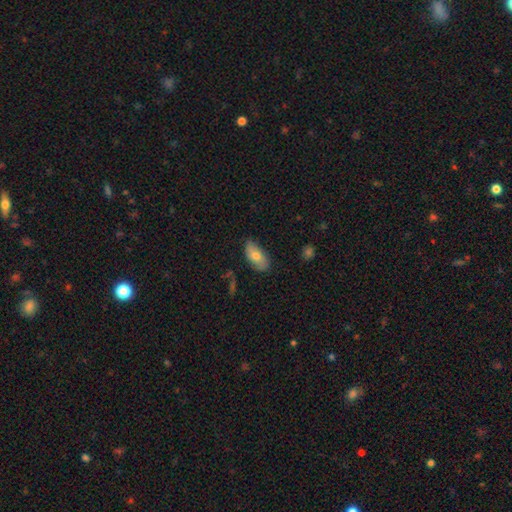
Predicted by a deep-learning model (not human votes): smooth-or-featured: smooth: 72% | featured or disk: 22% | star or artifact: 7%
  how-rounded: in between: 92% | cigar-shaped: 4% | round: 4%
  merging: none: 72% | minor disturbance: 22% | major disturbance: 4% | merger: 2%